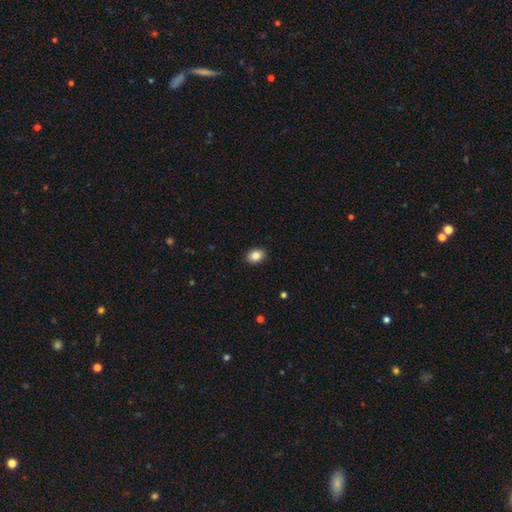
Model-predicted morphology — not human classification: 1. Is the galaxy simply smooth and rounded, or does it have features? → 85% smooth, 9% star or artifact, 6% featured or disk.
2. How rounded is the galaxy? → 69% in between, 30% round, 1% cigar-shaped.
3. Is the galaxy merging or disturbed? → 90% none, 7% minor disturbance, 2% major disturbance, 1% merger.